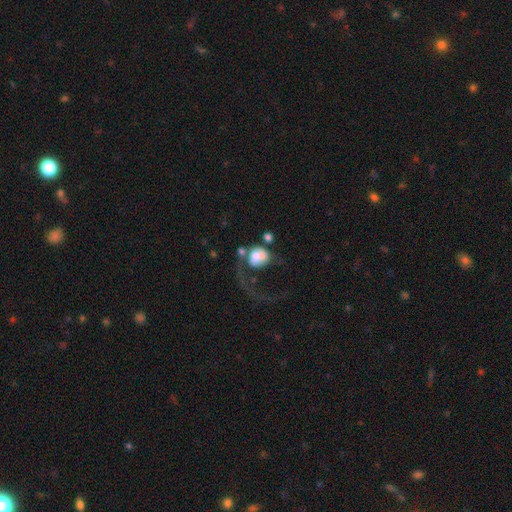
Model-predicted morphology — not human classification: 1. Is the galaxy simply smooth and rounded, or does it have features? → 55% smooth, 36% featured or disk, 9% star or artifact.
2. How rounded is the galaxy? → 64% round, 35% in between, 1% cigar-shaped.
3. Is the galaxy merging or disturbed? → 52% major disturbance, 24% merger, 15% none, 8% minor disturbance.